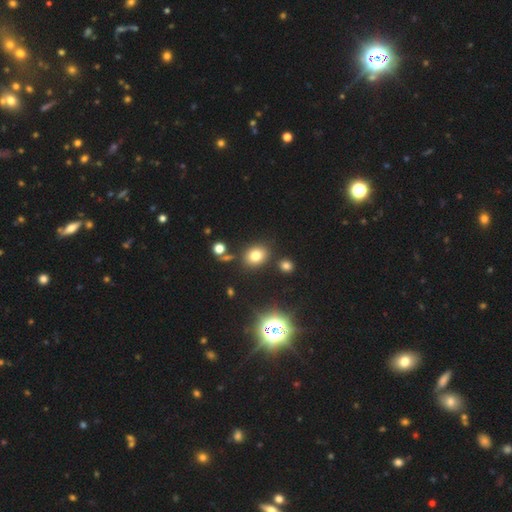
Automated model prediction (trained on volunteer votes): Morphology: type=smooth (74%); roundness=round (53%); merging=none (81%).